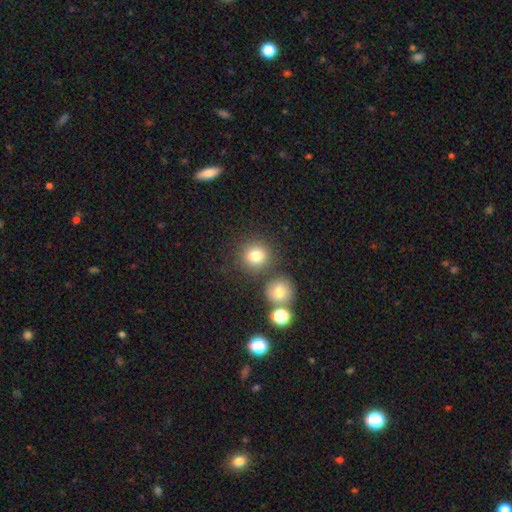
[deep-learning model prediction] This is likely a smooth galaxy (79%). How rounded: clearly round (86%). Merging: likely none (77%).